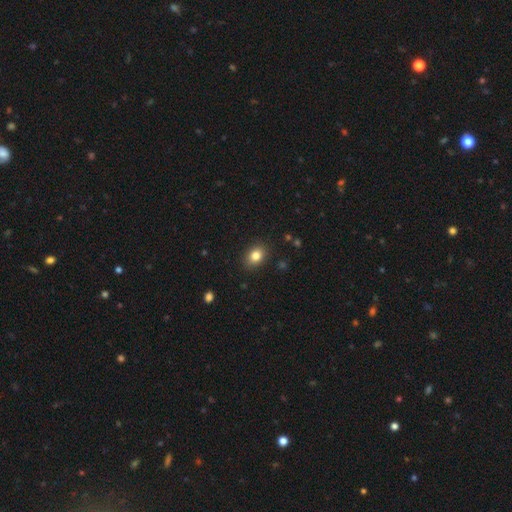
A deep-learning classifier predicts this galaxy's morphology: Smooth or featured?
  - smooth: 83% *
  - star or artifact: 10%
  - featured or disk: 7%
How rounded?
  - in between: 64% *
  - round: 35%
  - cigar-shaped: 1%
Merging?
  - none: 87% *
  - minor disturbance: 9%
  - major disturbance: 2%
  - merger: 1%